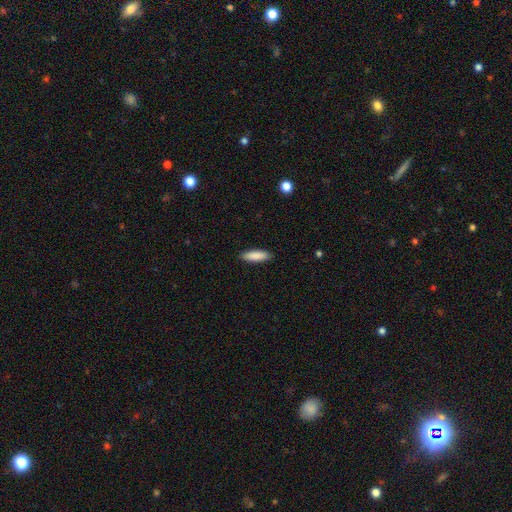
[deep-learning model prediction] Morphology: type=smooth (88%); roundness=cigar-shaped (54%); merging=none (90%).